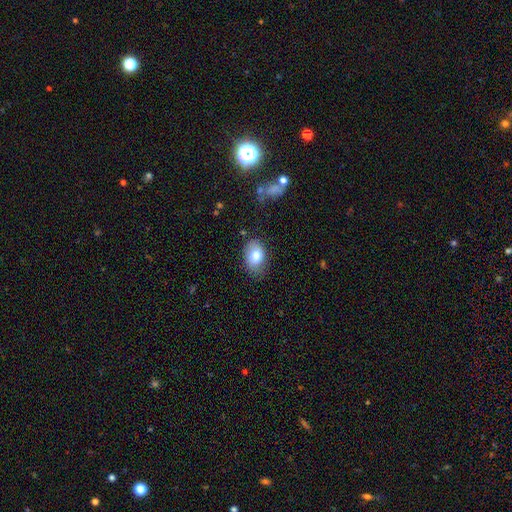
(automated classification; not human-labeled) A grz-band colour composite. It shows a smooth galaxy with no disk features (79%) that is in between round and cigar-shaped (83%). Merging: none (72%).